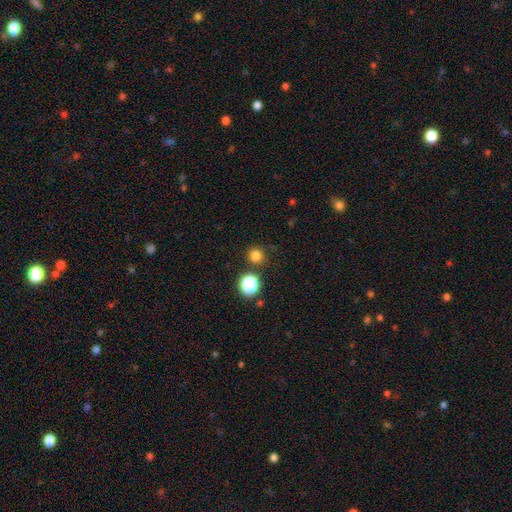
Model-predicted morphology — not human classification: Smooth or featured? smooth (78%)
How rounded? round (94%)
Merging? none (84%)